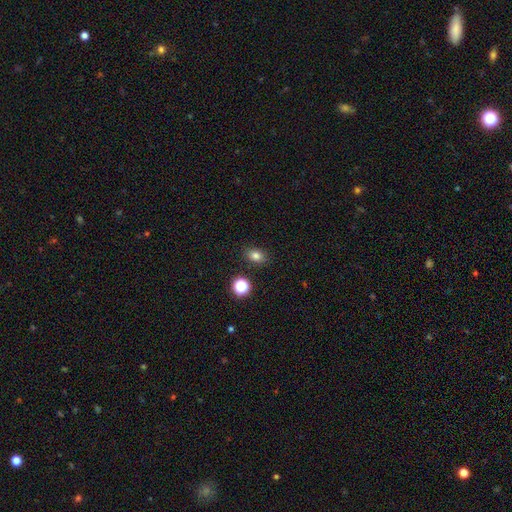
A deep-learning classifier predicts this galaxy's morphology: Q: Smooth or featured?
A: smooth (79%); runner-up: star or artifact (14%)
Q: How rounded?
A: in between (65%); runner-up: round (34%)
Q: Merging?
A: none (86%); runner-up: minor disturbance (9%)